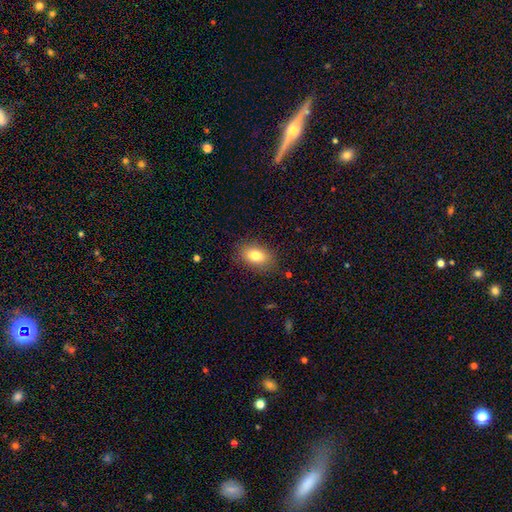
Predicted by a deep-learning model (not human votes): This is clearly a smooth galaxy (81%). How rounded: clearly in between (86%). Merging: clearly none (85%).